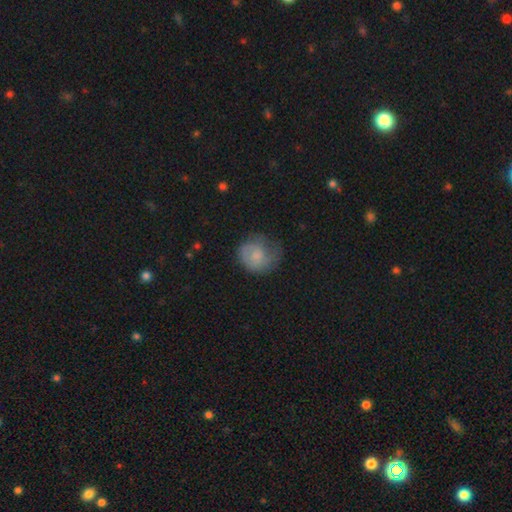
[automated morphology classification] Overall: smooth (51%; featured or disk 41%). How rounded: round (75%). Merging: none (49%; minor disturbance 28%).